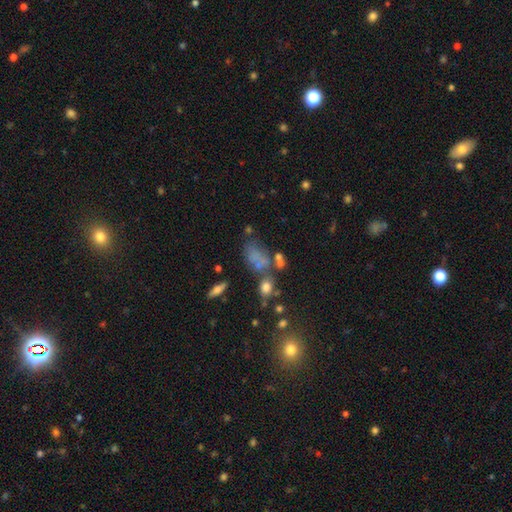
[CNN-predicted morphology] A smooth galaxy with no disk features (58%) that is in between round and cigar-shaped (78%).

Vote fractions:
- Smooth or featured? smooth: 58% / featured or disk: 23% / star or artifact: 19%
- How rounded? in between: 78% / round: 17% / cigar-shaped: 4%
- Merging? none: 38% / merger: 22% / minor disturbance: 21% / major disturbance: 18%